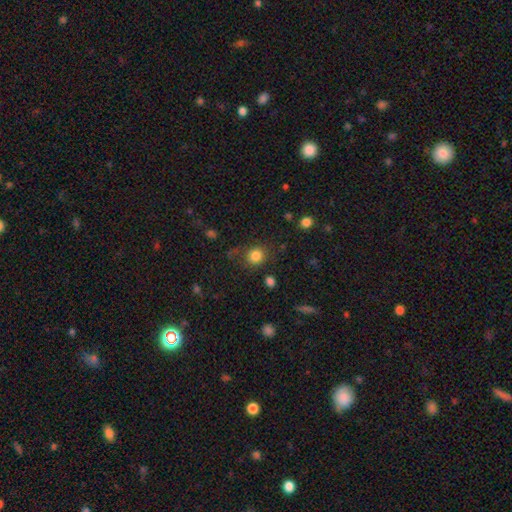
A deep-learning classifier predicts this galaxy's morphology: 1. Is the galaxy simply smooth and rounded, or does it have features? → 82% smooth, 12% star or artifact, 6% featured or disk.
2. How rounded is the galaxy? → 81% round, 18% in between, 1% cigar-shaped.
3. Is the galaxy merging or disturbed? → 75% none, 15% minor disturbance, 7% major disturbance, 3% merger.